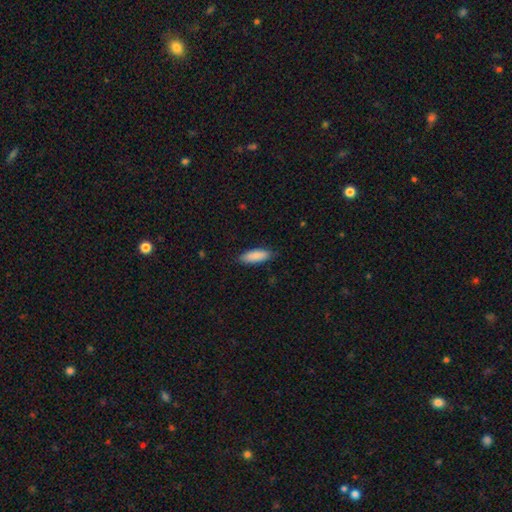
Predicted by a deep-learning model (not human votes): The model was most divided on "how rounded": in between: 66%, cigar-shaped: 32%, round: 2%. More confident: smooth or featured — smooth (89%); merging — none (85%).